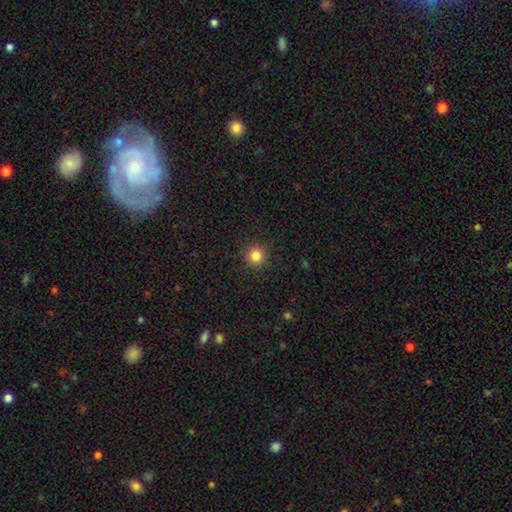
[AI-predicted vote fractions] Smooth or featured?
  - smooth: 84% *
  - star or artifact: 12%
  - featured or disk: 4%
How rounded?
  - round: 95% *
  - in between: 4%
  - cigar-shaped: 1%
Merging?
  - none: 92% *
  - minor disturbance: 5%
  - major disturbance: 2%
  - merger: 1%